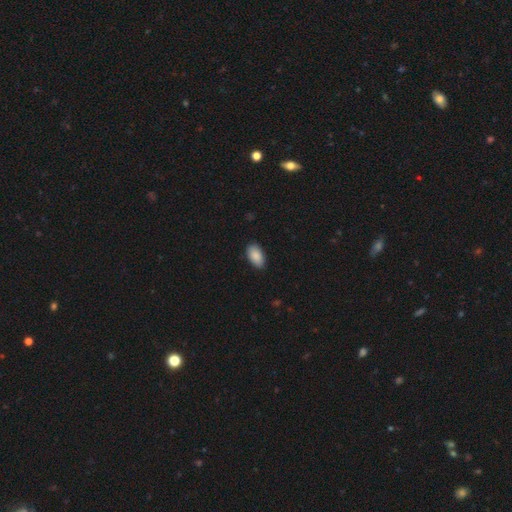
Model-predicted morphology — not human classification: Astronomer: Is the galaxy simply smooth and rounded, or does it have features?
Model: smooth — 90%.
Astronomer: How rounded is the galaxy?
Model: in between — 94%.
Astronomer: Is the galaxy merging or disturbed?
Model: none — 86%.